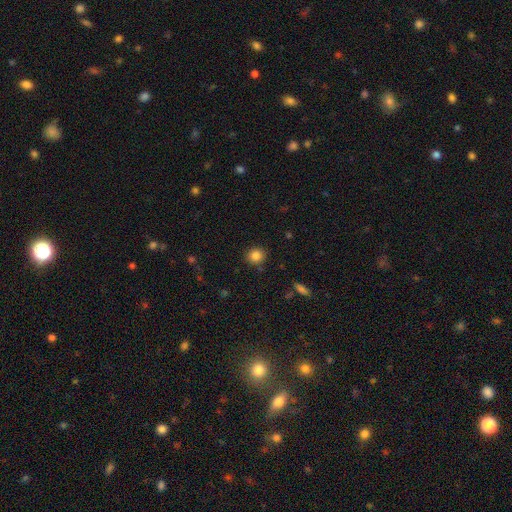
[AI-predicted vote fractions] This is clearly a smooth galaxy (84%). How rounded: clearly round (84%). Merging: clearly none (87%).